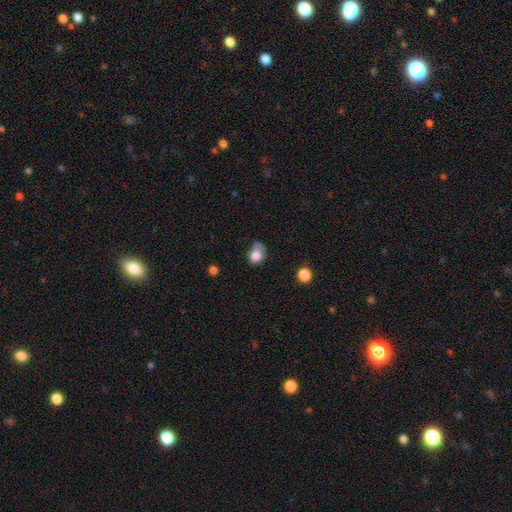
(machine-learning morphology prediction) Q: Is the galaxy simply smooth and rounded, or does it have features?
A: smooth — 79%.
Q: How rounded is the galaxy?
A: in between — 52%.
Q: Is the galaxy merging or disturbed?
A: minor disturbance — 36%.